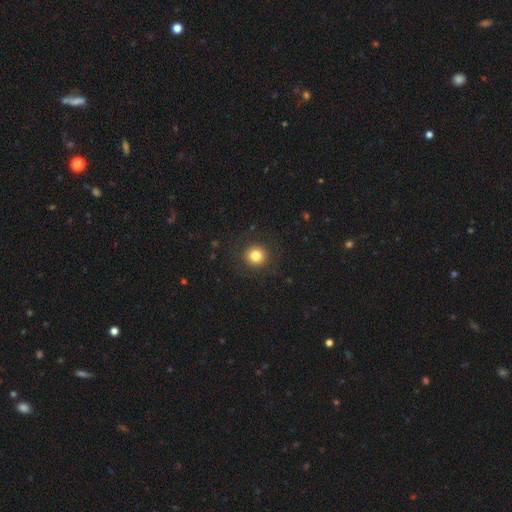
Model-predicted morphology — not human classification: Smooth or featured? smooth (82%)
How rounded? round (93%)
Merging? none (91%)